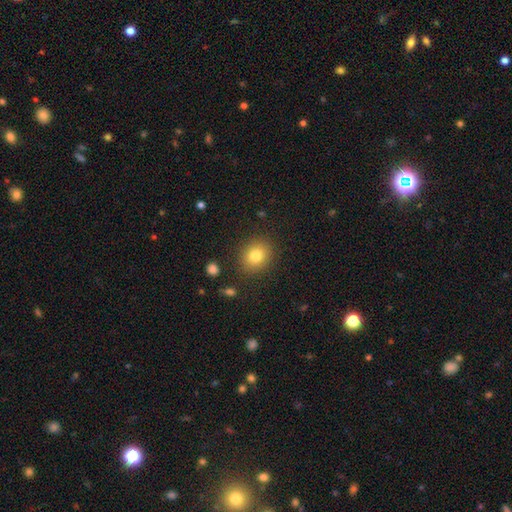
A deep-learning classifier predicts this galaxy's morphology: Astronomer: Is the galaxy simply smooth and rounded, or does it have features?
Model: smooth — 80%.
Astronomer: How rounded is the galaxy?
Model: round — 68%.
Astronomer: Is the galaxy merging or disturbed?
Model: none — 87%.